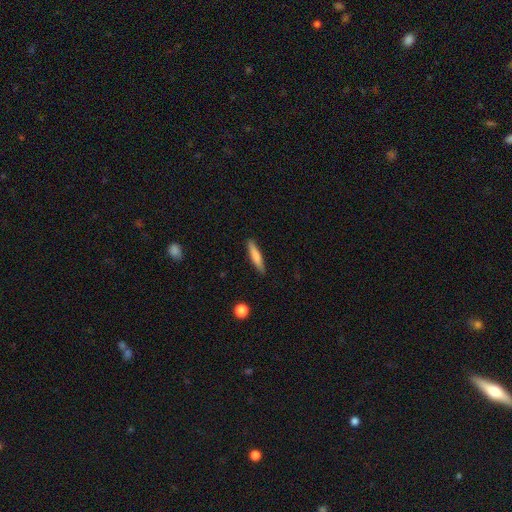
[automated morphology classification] Smooth or featured? smooth (74%)
How rounded? cigar-shaped (89%)
Merging? none (88%)